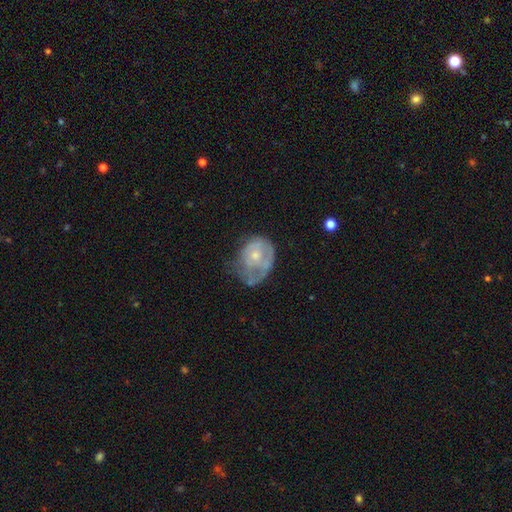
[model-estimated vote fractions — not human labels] Q: Smooth or featured?
A: featured or disk (54%); runner-up: smooth (39%)
Q: Edge-on disk?
A: no (97%); runner-up: yes (3%)
Q: Bar?
A: no (82%); runner-up: weak (16%)
Q: Spiral arms?
A: no (55%); runner-up: yes (45%)
Q: Bulge size?
A: small (50%); runner-up: moderate (42%)
Q: Merging?
A: minor disturbance (34%); runner-up: major disturbance (33%)